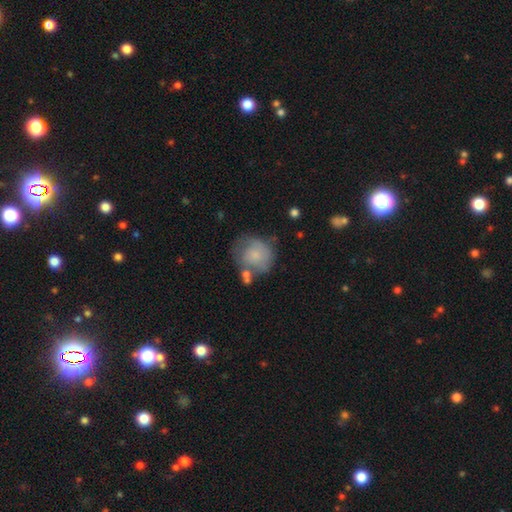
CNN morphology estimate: smooth 63%, featured or disk 29%, star or artifact 8%. Down the decision tree: how rounded — round (78%); merging — none (47%).